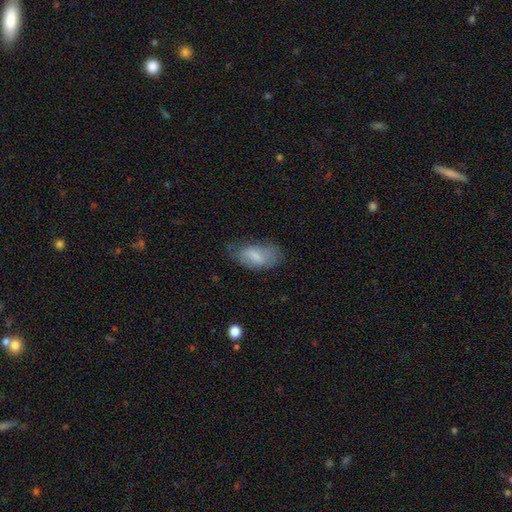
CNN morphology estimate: smooth_or_featured: smooth (p=0.69) [alt: featured or disk p=0.23]
how_rounded: in between (p=0.90) [alt: cigar-shaped p=0.07]
merging: none (p=0.58) [alt: minor disturbance p=0.29]